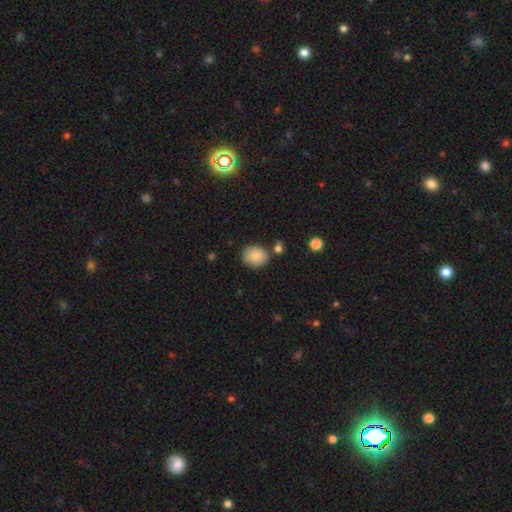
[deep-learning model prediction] Smooth or featured: smooth — 86% (star or artifact — 8%)
How rounded: round — 53% (in between — 46%)
Merging: none — 74% (minor disturbance — 15%)